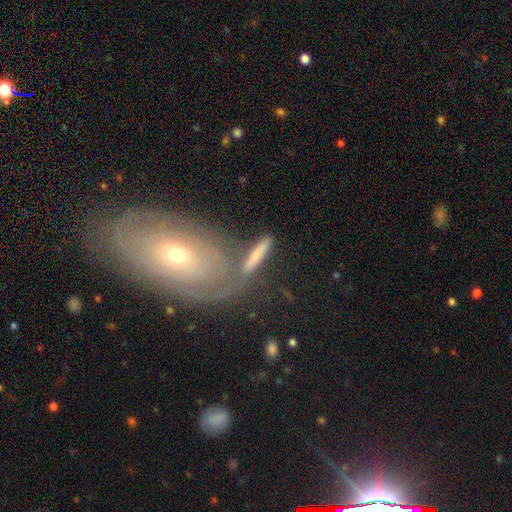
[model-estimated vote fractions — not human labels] Smooth or featured?
  - smooth: 57% *
  - featured or disk: 34%
  - star or artifact: 9%
How rounded?
  - cigar-shaped: 71% *
  - in between: 22%
  - round: 7%
Merging?
  - none: 60% *
  - merger: 18%
  - minor disturbance: 14%
  - major disturbance: 8%